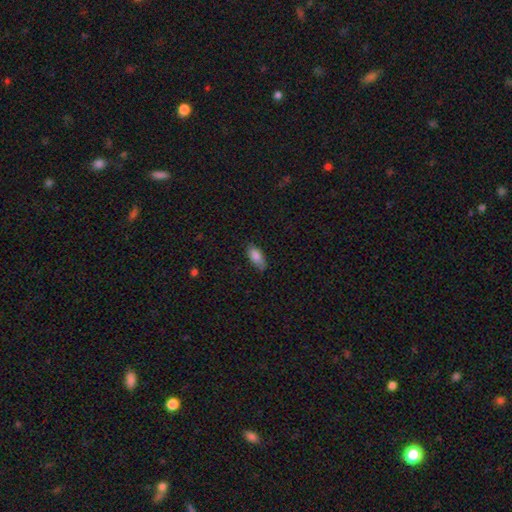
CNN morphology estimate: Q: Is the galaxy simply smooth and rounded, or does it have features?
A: smooth — 85%.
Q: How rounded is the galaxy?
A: in between — 86%.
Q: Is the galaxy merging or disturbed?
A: none — 76%.